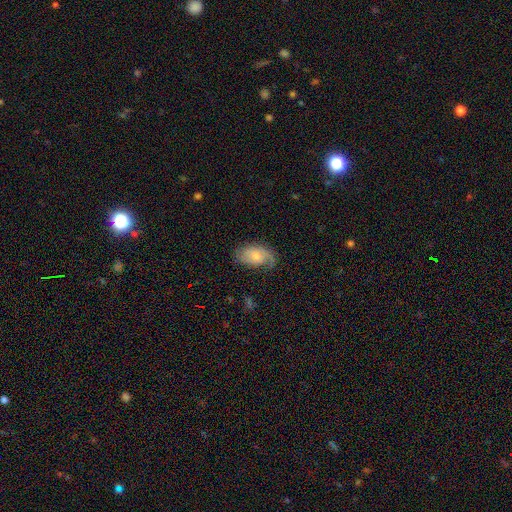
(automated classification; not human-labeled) smooth-or-featured: featured or disk: 62% | smooth: 31% | star or artifact: 6%
  disk-edge-on: no: 95% | yes: 5%
    bar: no: 65% | weak: 30% | strong: 4%
    has-spiral-arms: yes: 90% | no: 10%
      spiral-winding: medium: 39% | tight: 38% | loose: 23%
      spiral-arm-count: 2: 42% | 1: 39% | can't tell: 14% | 3: 2% | 4: 1% | more than 4: 1%
    bulge-size: small: 50% | moderate: 38% | none: 6% | large: 4% | dominant: 1%
  merging: none: 63% | minor disturbance: 23% | major disturbance: 13% | merger: 1%